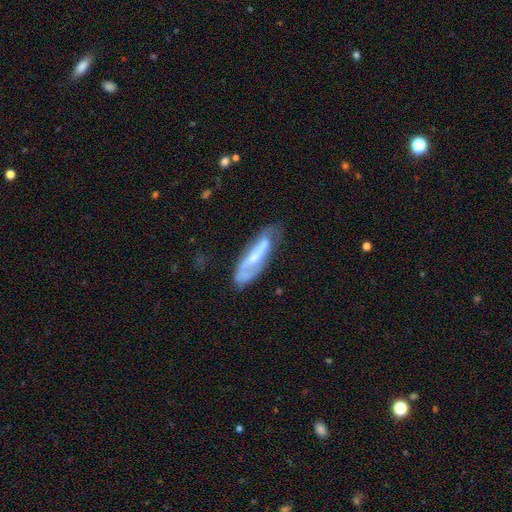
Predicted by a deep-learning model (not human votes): Smooth or featured: featured or disk — 64% (smooth — 29%)
Edge-on disk: no — 76% (yes — 24%)
Merging: none — 54% (minor disturbance — 27%)